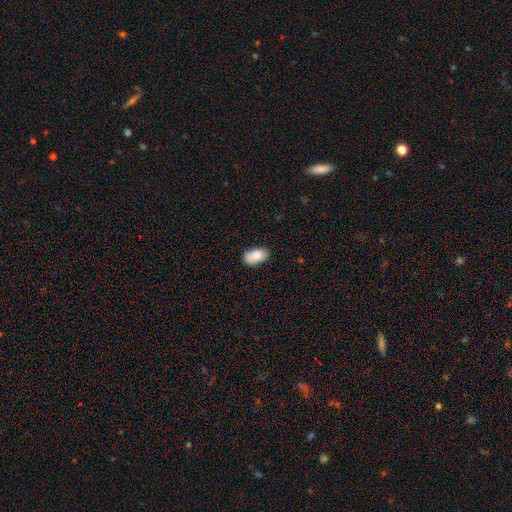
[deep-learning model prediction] This appears to be a smooth galaxy with no disk features (87%) that is in between round and cigar-shaped (94%). Merging: none (80%).